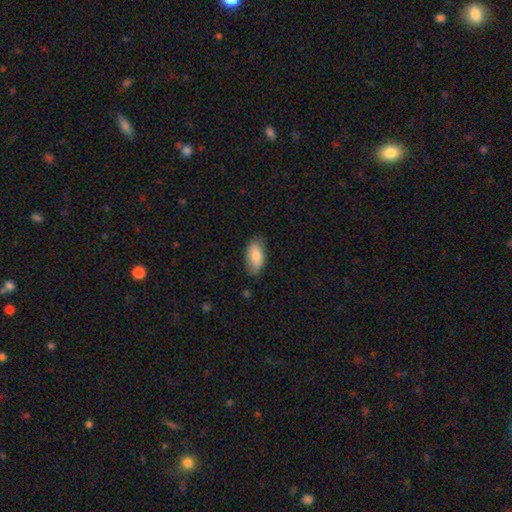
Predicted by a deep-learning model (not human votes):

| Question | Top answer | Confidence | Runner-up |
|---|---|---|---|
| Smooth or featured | smooth | 78% | featured or disk (15%) |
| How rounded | in between | 93% | cigar-shaped (5%) |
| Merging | none | 76% | minor disturbance (19%) |